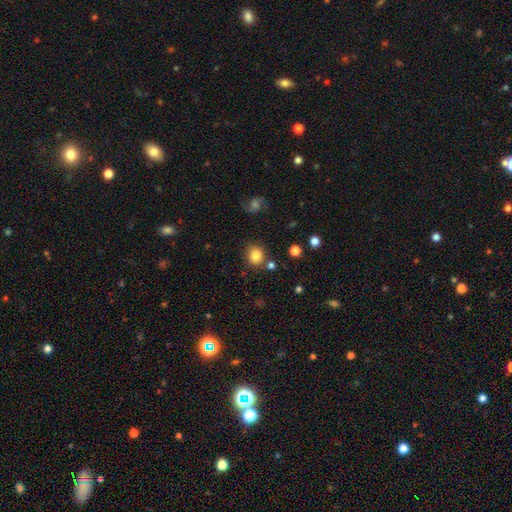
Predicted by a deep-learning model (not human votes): smooth 84%, star or artifact 10%, featured or disk 6%. Down the decision tree: how rounded — round (78%); merging — none (78%).